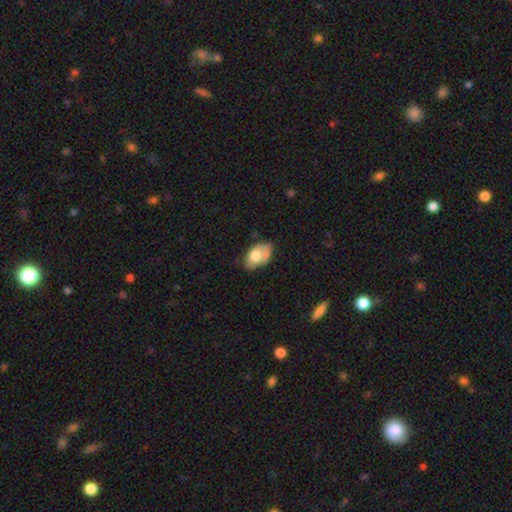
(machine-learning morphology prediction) Smooth or featured? Predicted: smooth (p=0.66). How rounded? Predicted: in between (p=0.90). Merging? Predicted: none (p=0.44).